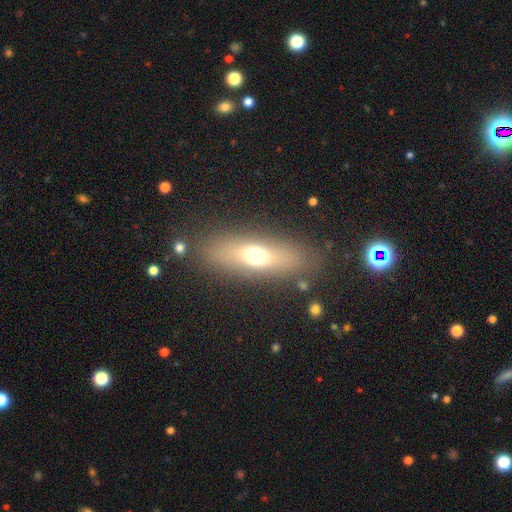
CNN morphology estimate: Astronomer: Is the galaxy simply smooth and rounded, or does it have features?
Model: smooth — 59%.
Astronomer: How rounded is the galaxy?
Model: in between — 56% (runner-up: cigar-shaped, 36%).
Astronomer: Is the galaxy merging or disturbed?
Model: none — 83%.